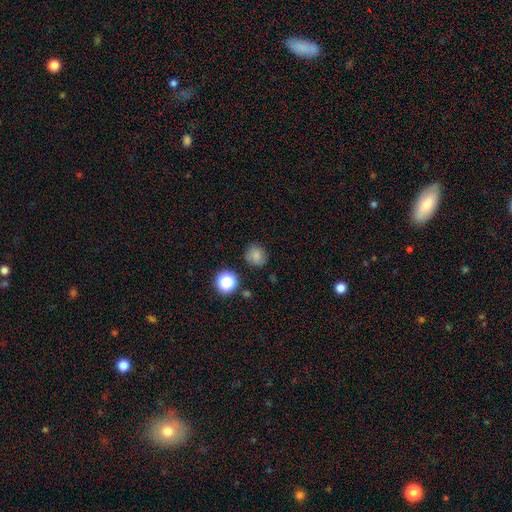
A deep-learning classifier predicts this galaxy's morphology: Smooth or featured? smooth (77%)
How rounded? round (77%)
Merging? none (78%)